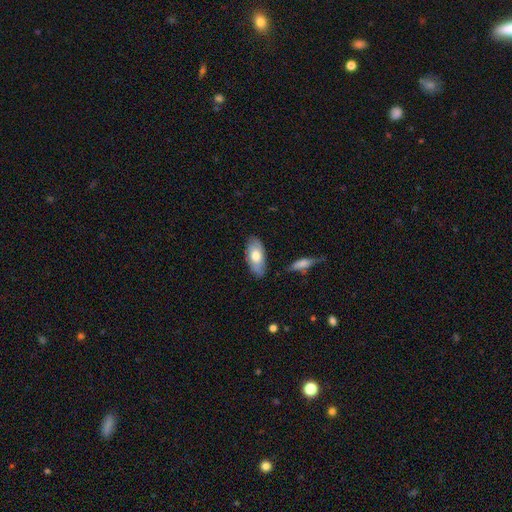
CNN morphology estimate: Overall: smooth (66%; featured or disk 28%). How rounded: in between (90%). Merging: none (78%).